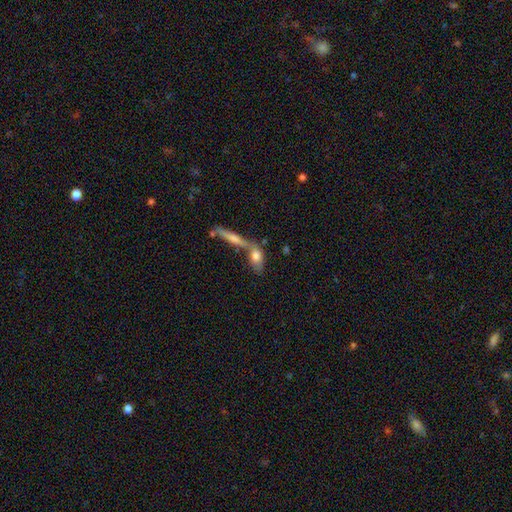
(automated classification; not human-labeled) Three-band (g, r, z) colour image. It shows a smooth galaxy with no disk features (69%) that is in between round and cigar-shaped (70%). Merging: none (43%).